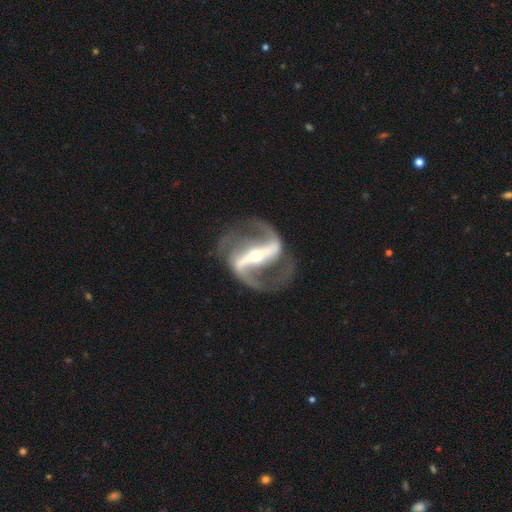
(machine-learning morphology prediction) Smooth or featured? Predicted: featured or disk (p=0.93). Edge-on disk? Predicted: no (p=0.94). Bar? Predicted: strong (p=0.83). Spiral arms? Predicted: yes (p=0.96). Spiral winding? Predicted: medium (p=0.48). Spiral arm count? Predicted: 2 (p=0.93). Bulge size? Predicted: small (p=0.53). Merging? Predicted: none (p=0.75).